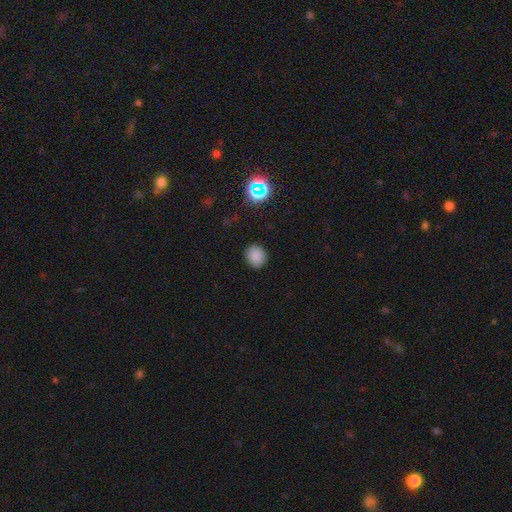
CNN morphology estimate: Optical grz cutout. It shows a smooth galaxy with no disk features (83%) that is round (69%). Merging: none (88%).